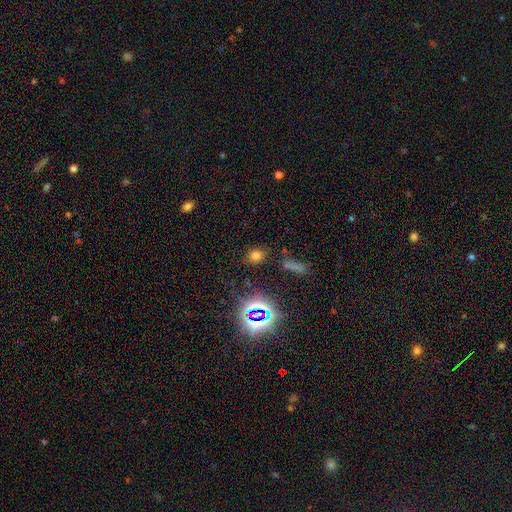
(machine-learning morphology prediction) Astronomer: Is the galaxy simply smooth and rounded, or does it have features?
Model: smooth — 64%.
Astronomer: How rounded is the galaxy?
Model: in between — 54% (runner-up: round, 43%).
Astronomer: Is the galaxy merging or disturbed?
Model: none — 80%.